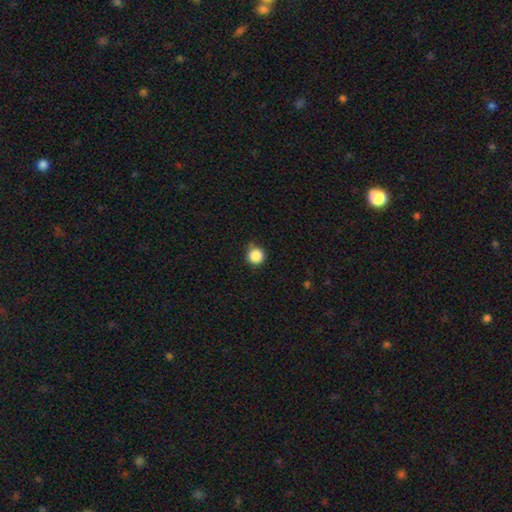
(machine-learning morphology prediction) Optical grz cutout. It shows a smooth galaxy with no disk features (87%) that is round (95%). Merging: none (83%).